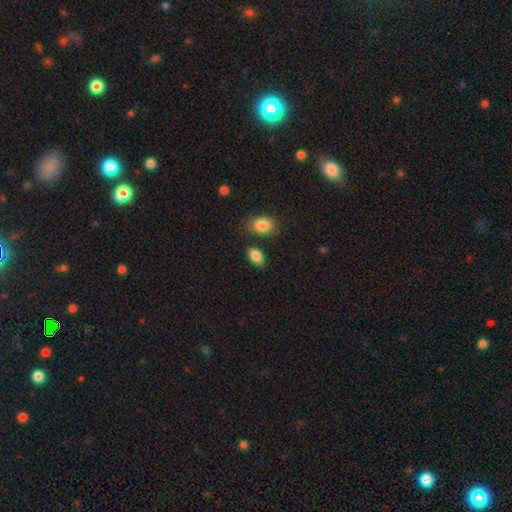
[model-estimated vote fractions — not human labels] Smooth or featured? smooth (87%)
How rounded? in between (89%)
Merging? none (79%)